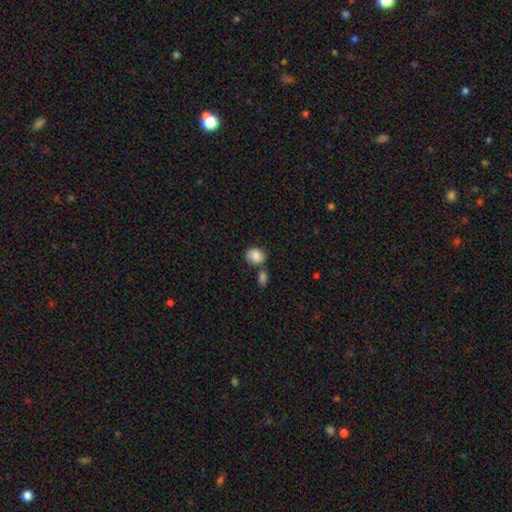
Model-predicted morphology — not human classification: Overall: smooth (82%). How rounded: round (57%; in between 42%). Merging: none (47%; merger 29%).